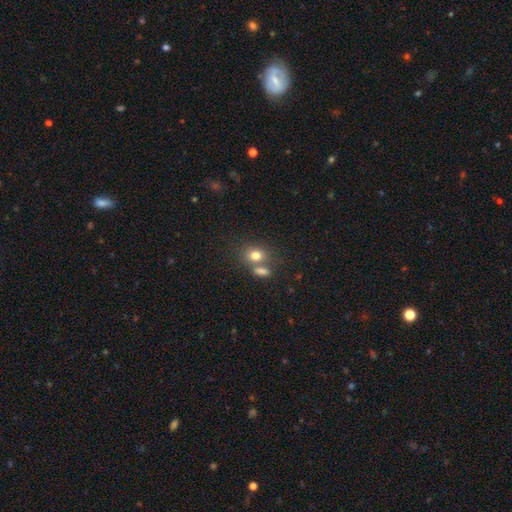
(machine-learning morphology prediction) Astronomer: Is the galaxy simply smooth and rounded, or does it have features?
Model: smooth — 78%.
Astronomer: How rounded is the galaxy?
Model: in between — 52% (runner-up: round, 46%).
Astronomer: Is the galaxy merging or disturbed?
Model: none — 48% (runner-up: merger, 37%).